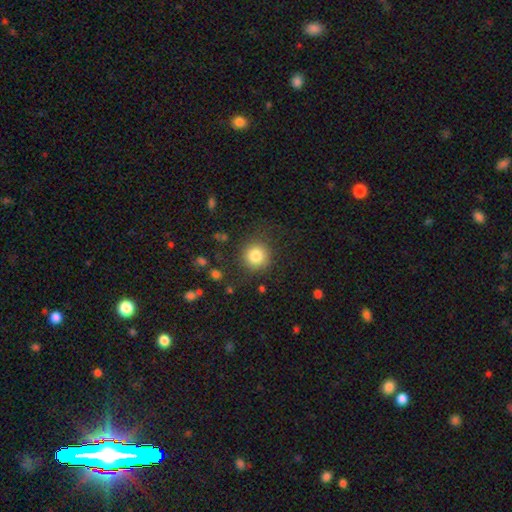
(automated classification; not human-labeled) Overall: smooth (83%). How rounded: round (93%). Merging: none (84%).